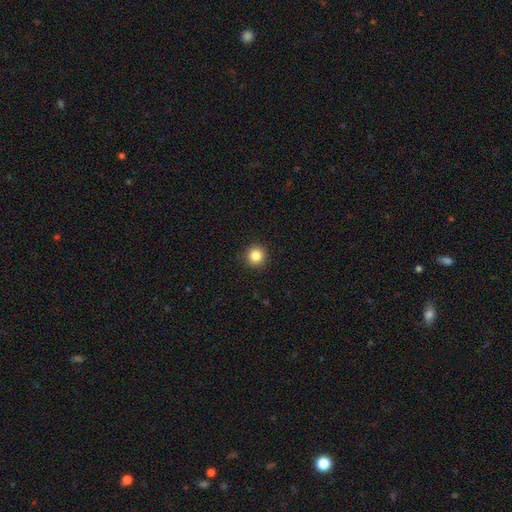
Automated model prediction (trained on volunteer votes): Smooth or featured? Predicted: smooth (p=0.84). How rounded? Predicted: round (p=0.95). Merging? Predicted: none (p=0.92).